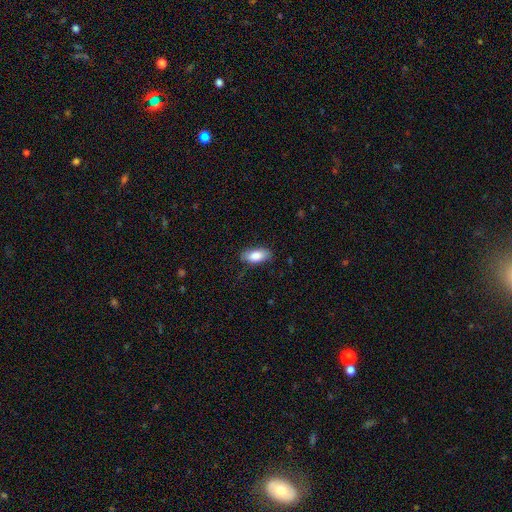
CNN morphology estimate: Overall: smooth (84%). How rounded: in between (88%). Merging: none (77%).